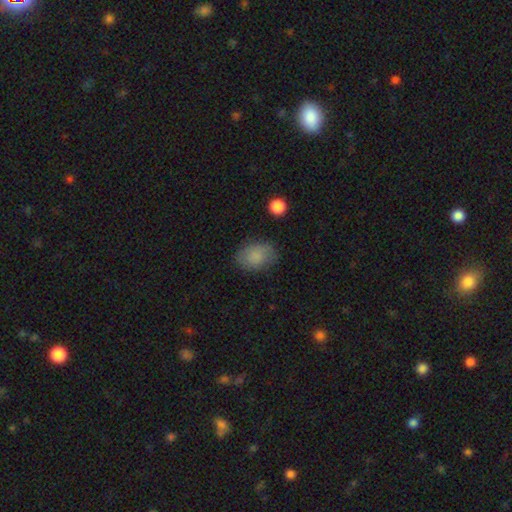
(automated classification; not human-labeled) Morphology: type=smooth (82%); roundness=in between (75%); merging=none (76%).